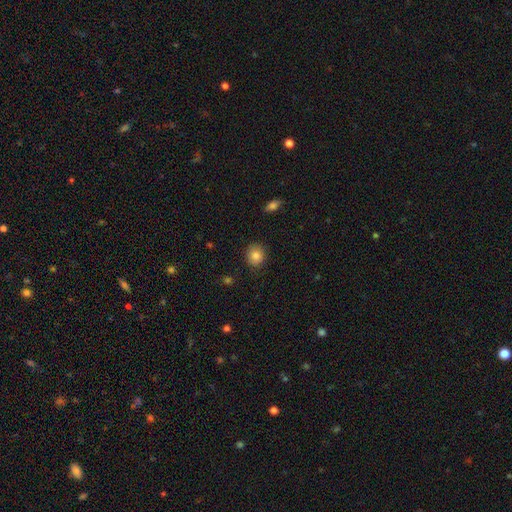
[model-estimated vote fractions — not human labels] smooth_or_featured: smooth (p=0.85) [alt: star or artifact p=0.09]
how_rounded: round (p=0.82) [alt: in between p=0.17]
merging: none (p=0.87) [alt: minor disturbance p=0.10]